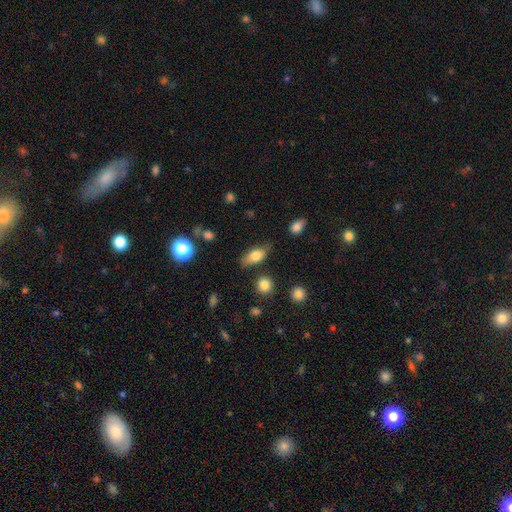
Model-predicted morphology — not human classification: type=smooth (73%); roundness=in between (82%); merging=none (69%).